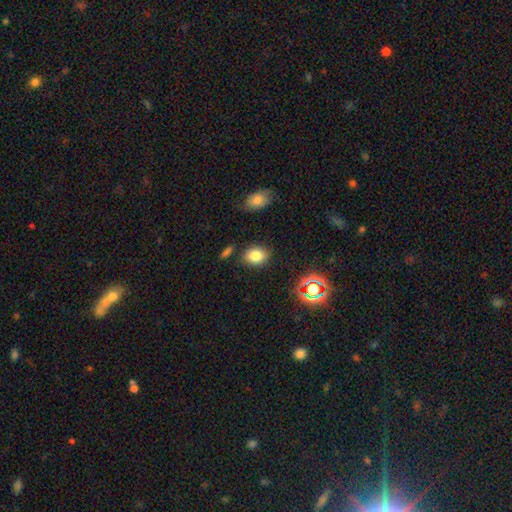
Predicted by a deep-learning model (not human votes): smooth_or_featured: smooth (p=0.78) [alt: star or artifact p=0.12]
how_rounded: in between (p=0.65) [alt: round p=0.34]
merging: none (p=0.83) [alt: minor disturbance p=0.11]